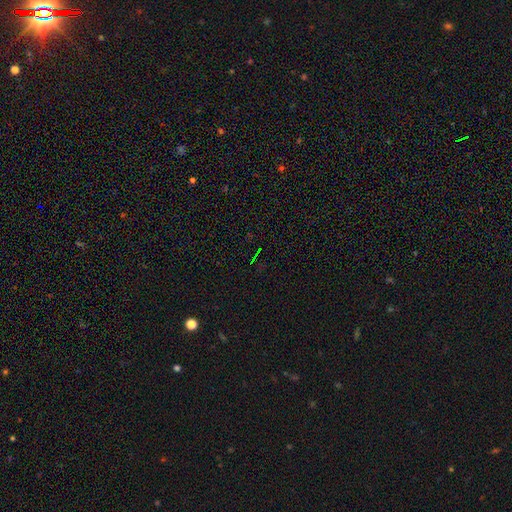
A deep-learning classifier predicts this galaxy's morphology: Smooth or featured? Predicted: star or artifact (p=0.79).